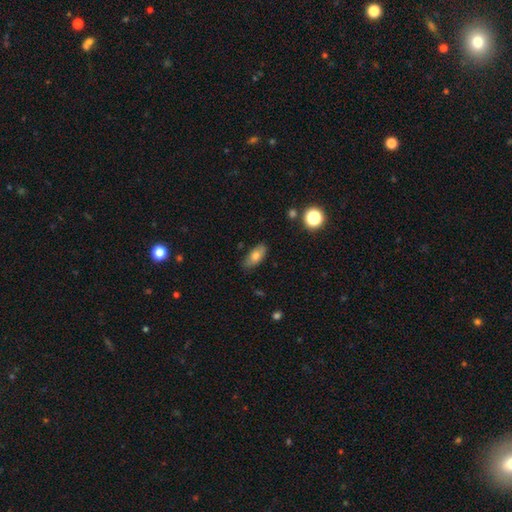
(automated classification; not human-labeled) Overall: smooth (75%). How rounded: in between (85%). Merging: none (80%).